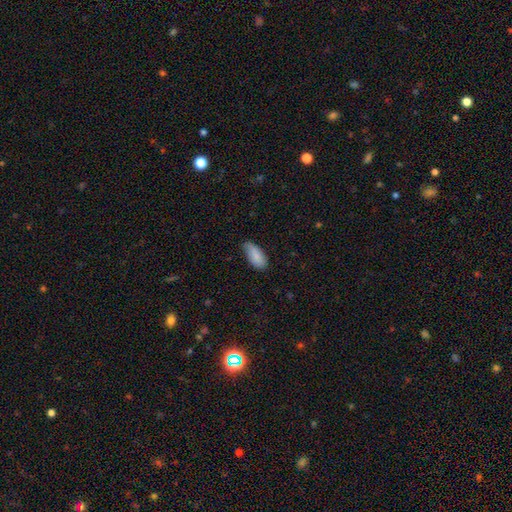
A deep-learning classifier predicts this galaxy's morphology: Overall: smooth (85%). How rounded: in between (91%). Merging: none (59%; minor disturbance 34%).